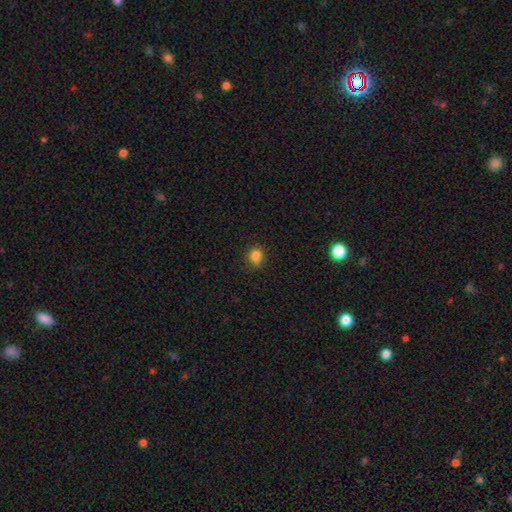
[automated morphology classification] This appears to be a smooth galaxy with no disk features (82%) that is round (78%). Merging: none (66%).